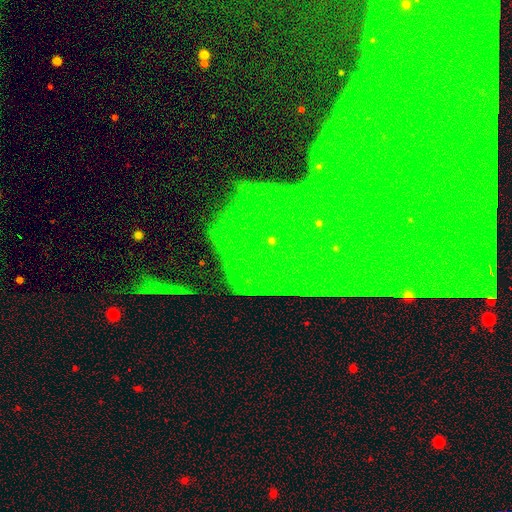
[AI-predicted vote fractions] smooth-or-featured: star or artifact: 80% | featured or disk: 11% | smooth: 9%